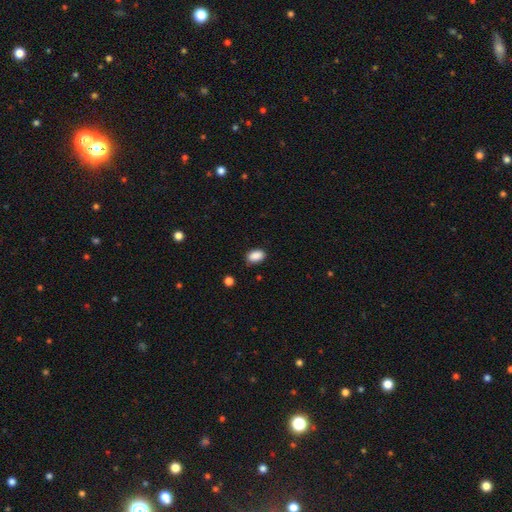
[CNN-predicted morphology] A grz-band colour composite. It shows a smooth galaxy with no disk features (89%) that is in between round and cigar-shaped (88%). Merging: none (82%).